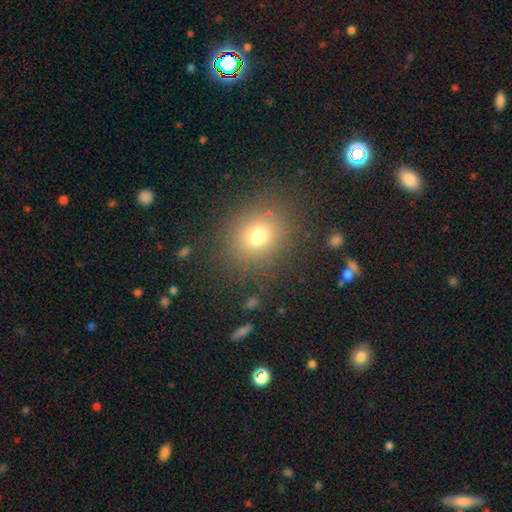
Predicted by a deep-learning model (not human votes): Overall: smooth (71%). How rounded: round (75%). Merging: none (88%).